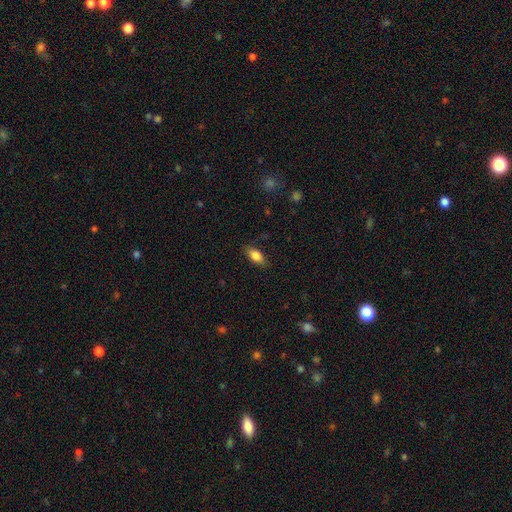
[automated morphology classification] smooth-or-featured: smooth: 83% | featured or disk: 10% | star or artifact: 8%
  how-rounded: in between: 86% | cigar-shaped: 8% | round: 6%
  merging: none: 82% | minor disturbance: 14% | major disturbance: 3% | merger: 1%